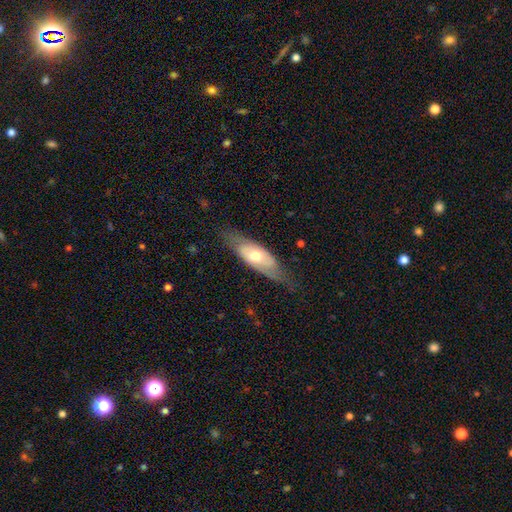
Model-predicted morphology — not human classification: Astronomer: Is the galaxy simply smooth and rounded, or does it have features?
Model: smooth — 48% (runner-up: featured or disk, 46%).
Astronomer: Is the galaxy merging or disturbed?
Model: none — 67%.